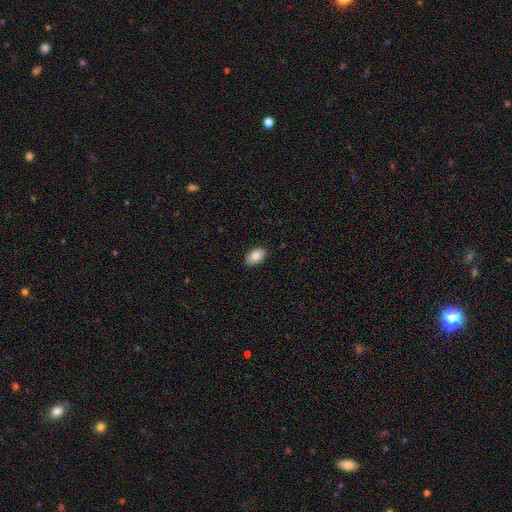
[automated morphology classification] The model was most divided on "merging": none: 87%, minor disturbance: 10%, major disturbance: 2%, merger: 1%. More confident: how rounded — in between (91%); smooth or featured — smooth (85%).